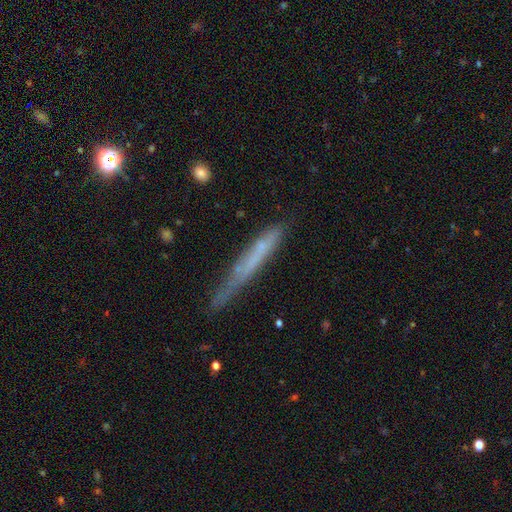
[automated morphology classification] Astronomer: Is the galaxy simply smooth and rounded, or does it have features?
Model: smooth — 49% (runner-up: featured or disk, 42%).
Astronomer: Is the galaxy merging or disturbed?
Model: none — 61%.